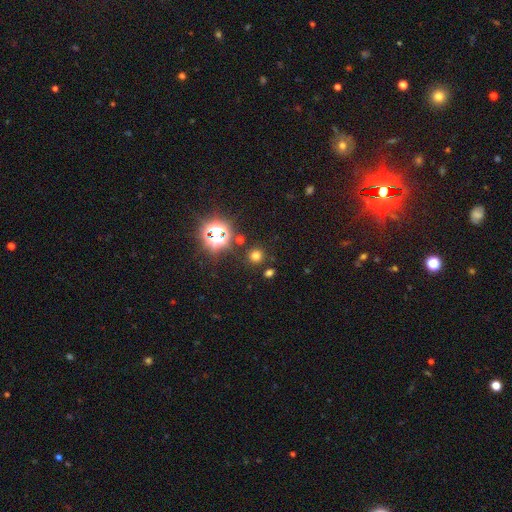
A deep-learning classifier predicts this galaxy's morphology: Overall: smooth (64%; star or artifact 29%). How rounded: round (92%). Merging: none (86%).